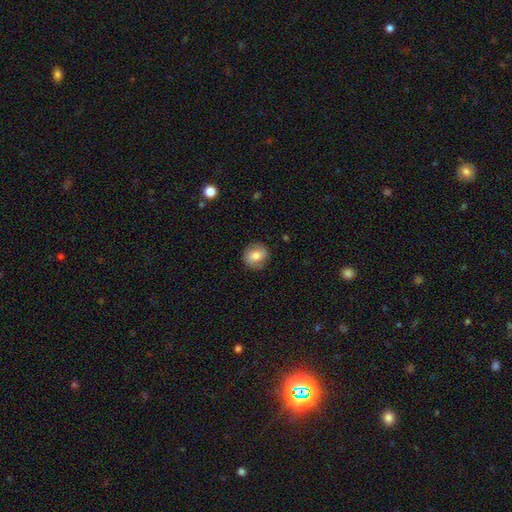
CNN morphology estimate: Smooth or featured: smooth — 71% (featured or disk — 21%)
How rounded: round — 81% (in between — 18%)
Merging: none — 84% (minor disturbance — 12%)